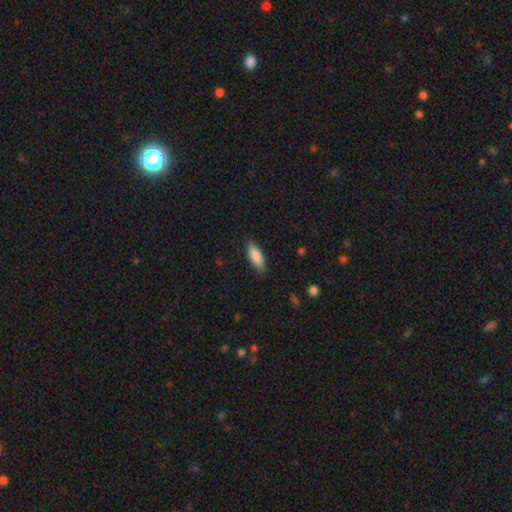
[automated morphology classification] Smooth or featured: smooth — 84% (featured or disk — 10%)
How rounded: in between — 62% (cigar-shaped — 37%)
Merging: none — 85% (minor disturbance — 12%)